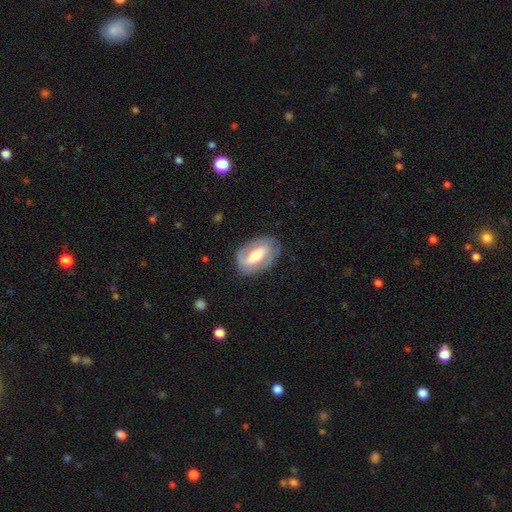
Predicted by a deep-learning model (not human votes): This is likely a featured or disk galaxy (74%). It is clearly not viewed edge-on (94%). Bar: possibly strong (47%). Spiral arm pattern: clearly yes (82%). Spiral arm count: likely 2 (78%). Spiral winding: marginally tight (42%). Central bulge: likely moderate (61%). Merging: likely none (78%).